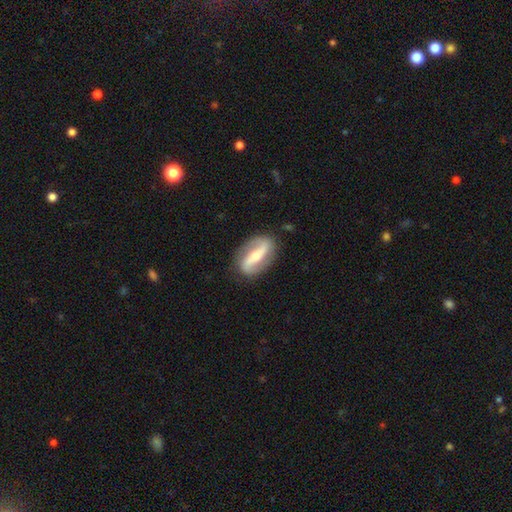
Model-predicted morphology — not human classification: A featured or disk galaxy (83%) with a strong bar (62%), 2 (92%) loose (51%) spiral arms (89%) and a moderate central bulge (55%). Merging: none (87%).